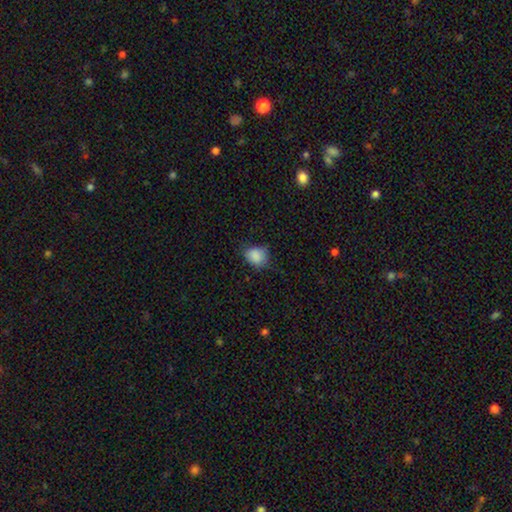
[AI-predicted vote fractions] A smooth galaxy with no disk features (87%) that is round (51%).

Vote fractions:
- Smooth or featured? smooth: 87% / star or artifact: 9% / featured or disk: 5%
- How rounded? round: 51% / in between: 48% / cigar-shaped: 1%
- Merging? none: 62% / minor disturbance: 29% / major disturbance: 7% / merger: 1%